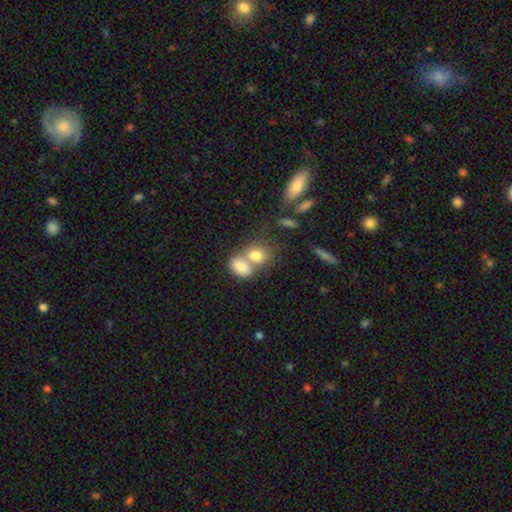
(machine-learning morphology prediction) smooth_or_featured: smooth (p=0.78) [alt: featured or disk p=0.12]
how_rounded: in between (p=0.57) [alt: round p=0.41]
merging: merger (p=0.59) [alt: none p=0.29]